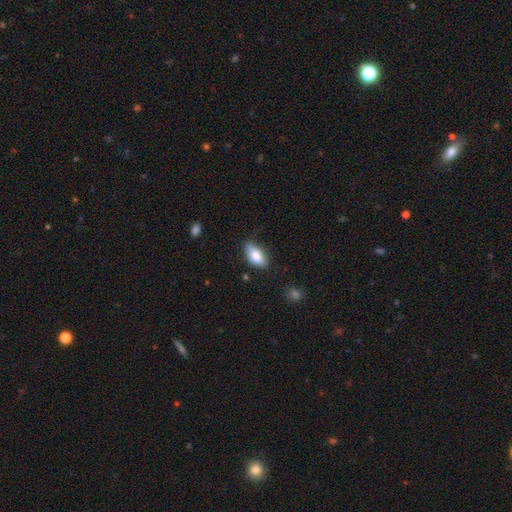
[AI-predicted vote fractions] Morphology: type=smooth (82%); roundness=in between (91%); merging=none (70%).